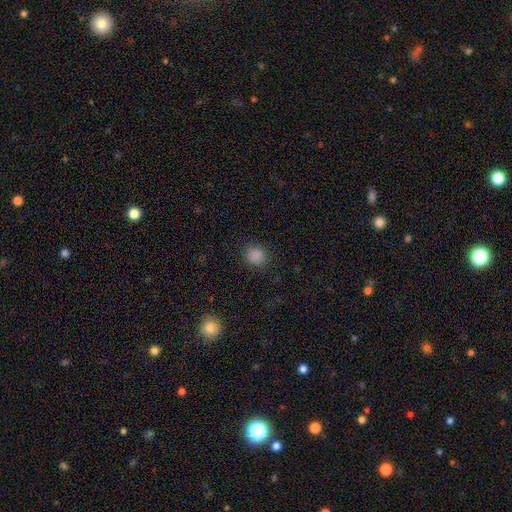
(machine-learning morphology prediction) smooth_or_featured: smooth (p=0.85) [alt: star or artifact p=0.12]
how_rounded: round (p=0.82) [alt: in between p=0.18]
merging: none (p=0.88) [alt: minor disturbance p=0.08]